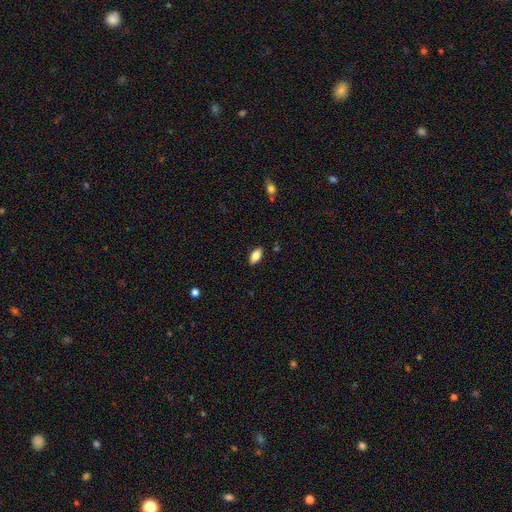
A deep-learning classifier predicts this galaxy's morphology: smooth_or_featured: smooth (p=0.82) [alt: featured or disk p=0.11]
how_rounded: in between (p=0.90) [alt: cigar-shaped p=0.07]
merging: none (p=0.88) [alt: minor disturbance p=0.09]